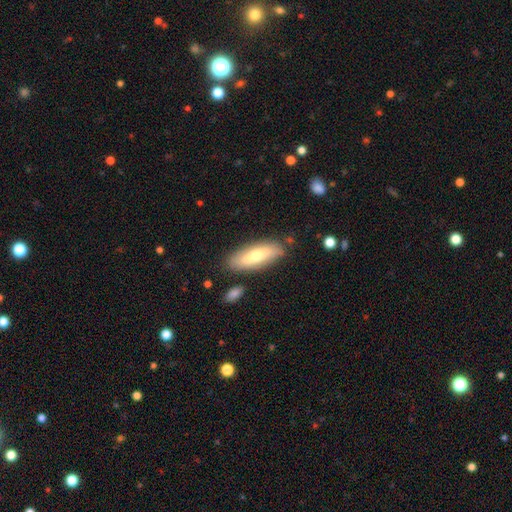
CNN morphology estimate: Smooth or featured?
  - smooth: 64% *
  - featured or disk: 30%
  - star or artifact: 6%
How rounded?
  - in between: 57% *
  - cigar-shaped: 42%
  - round: 2%
Merging?
  - none: 81% *
  - minor disturbance: 13%
  - merger: 4%
  - major disturbance: 3%